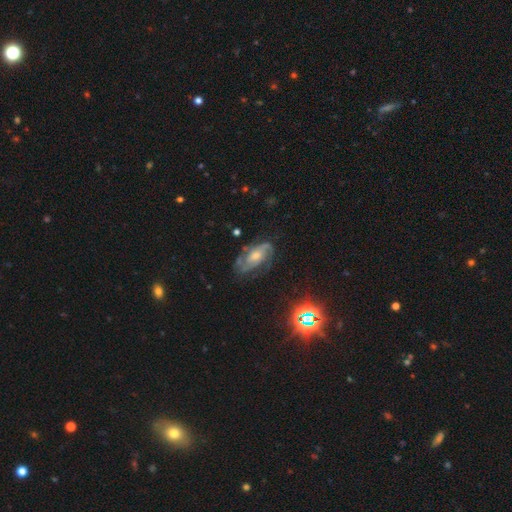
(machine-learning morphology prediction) Q: Smooth or featured?
A: featured or disk (79%); runner-up: smooth (12%)
Q: Edge-on disk?
A: no (95%); runner-up: yes (5%)
Q: Bar?
A: no (62%); runner-up: weak (30%)
Q: Spiral arms?
A: yes (94%); runner-up: no (6%)
Q: Spiral winding?
A: tight (44%); runner-up: medium (43%)
Q: Spiral arm count?
A: 2 (50%); runner-up: can't tell (22%)
Q: Bulge size?
A: moderate (51%); runner-up: small (35%)
Q: Merging?
A: none (67%); runner-up: minor disturbance (21%)